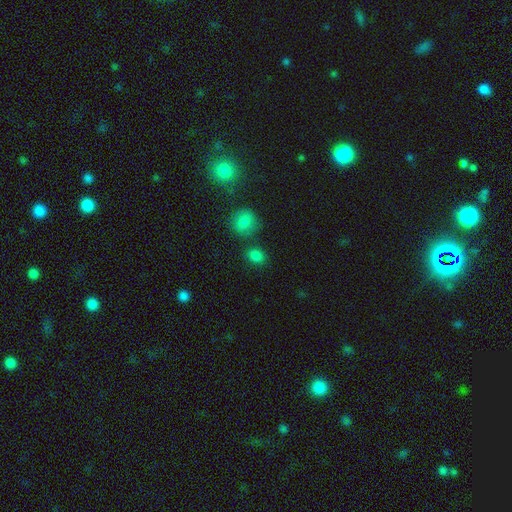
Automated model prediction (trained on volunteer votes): Overall: smooth (83%). How rounded: round (52%; in between 47%). Merging: none (76%).